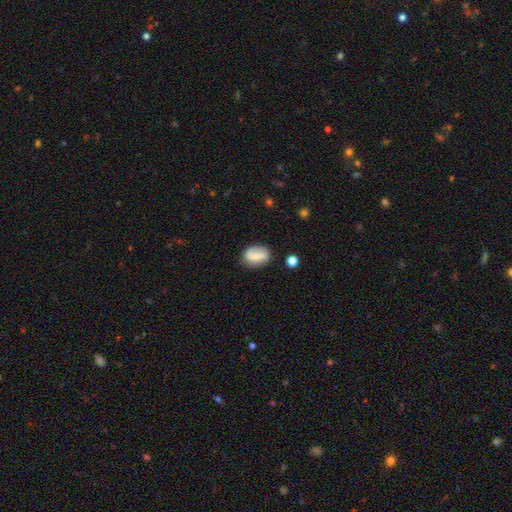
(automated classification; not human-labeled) smooth-or-featured: smooth: 59% | featured or disk: 32% | star or artifact: 8%
  how-rounded: in between: 79% | round: 19% | cigar-shaped: 2%
  merging: none: 72% | minor disturbance: 19% | major disturbance: 6% | merger: 4%